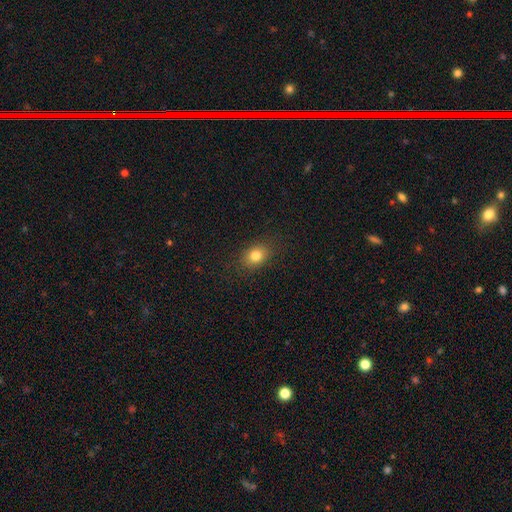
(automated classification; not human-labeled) smooth 80%, star or artifact 11%, featured or disk 8%. Down the decision tree: how rounded — in between (63%); merging — none (85%).